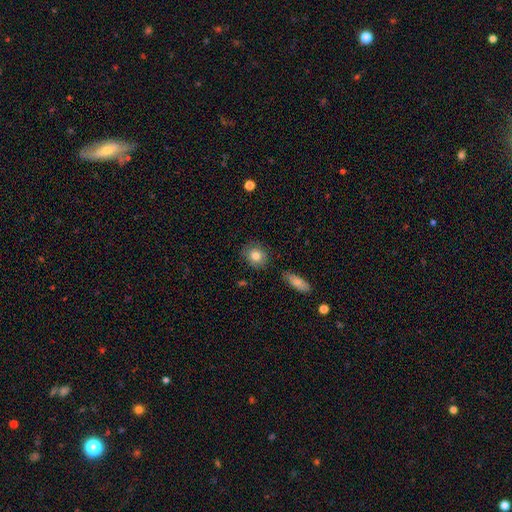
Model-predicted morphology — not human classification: smooth-or-featured: smooth: 82% | featured or disk: 10% | star or artifact: 8%
  how-rounded: round: 71% | in between: 27% | cigar-shaped: 1%
  merging: none: 83% | minor disturbance: 11% | merger: 3% | major disturbance: 3%